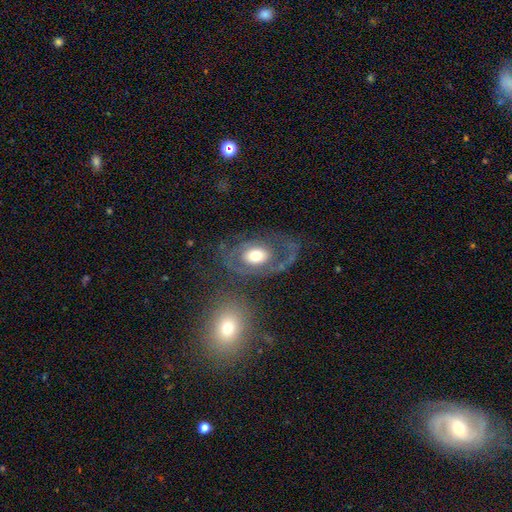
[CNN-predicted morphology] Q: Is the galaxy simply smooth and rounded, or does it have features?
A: featured or disk — 61%.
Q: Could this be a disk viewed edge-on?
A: no — 94%.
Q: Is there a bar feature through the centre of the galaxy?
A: no — 81%.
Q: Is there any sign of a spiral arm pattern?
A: yes — 51%.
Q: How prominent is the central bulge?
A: moderate — 51%.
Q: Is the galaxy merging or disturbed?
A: none — 59%.